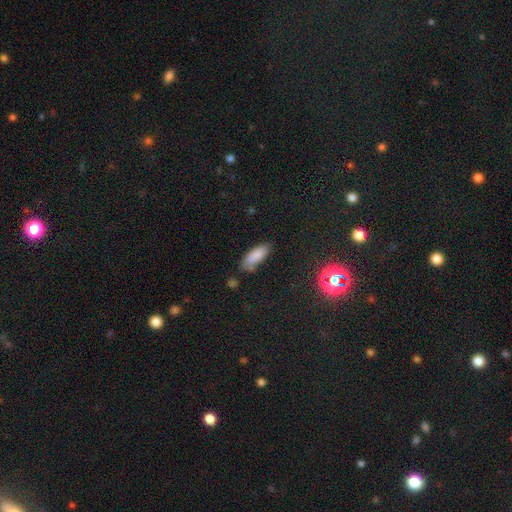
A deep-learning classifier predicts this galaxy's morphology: This appears to be a smooth galaxy with no disk features (84%) that is in between round and cigar-shaped (71%). Merging: none (70%).